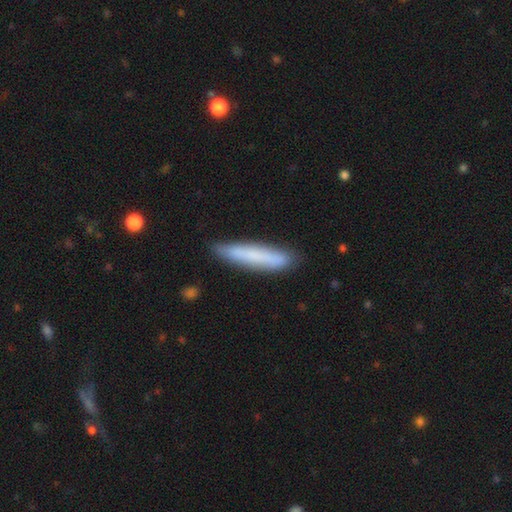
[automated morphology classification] A smooth galaxy with no disk features (74%) that is cigar-shaped (91%). Merging: none (83%).